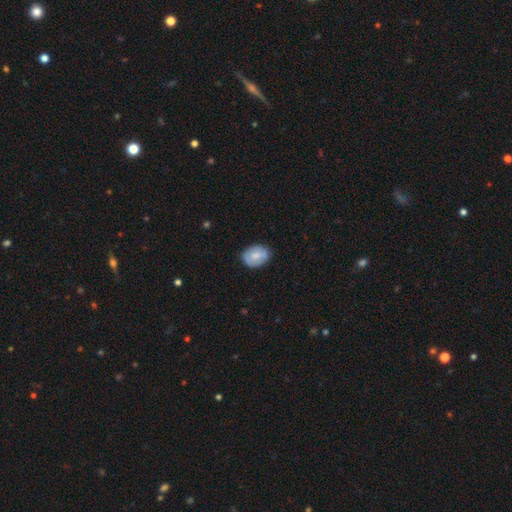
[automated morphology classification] type=smooth (67%); roundness=in between (64%); merging=none (79%).